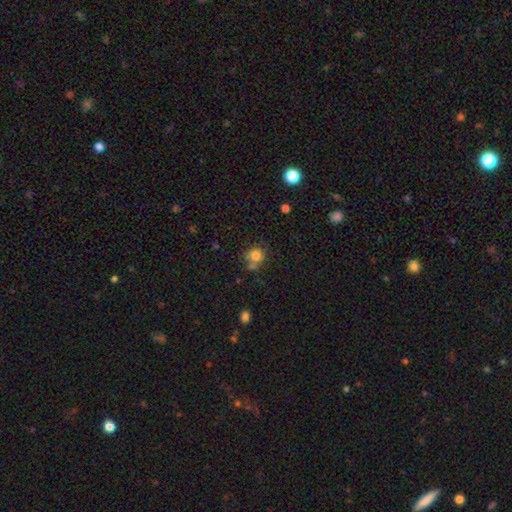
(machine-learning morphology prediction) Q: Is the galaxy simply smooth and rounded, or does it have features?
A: smooth — 79%.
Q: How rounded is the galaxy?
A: round — 80%.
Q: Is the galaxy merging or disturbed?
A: none — 53%.